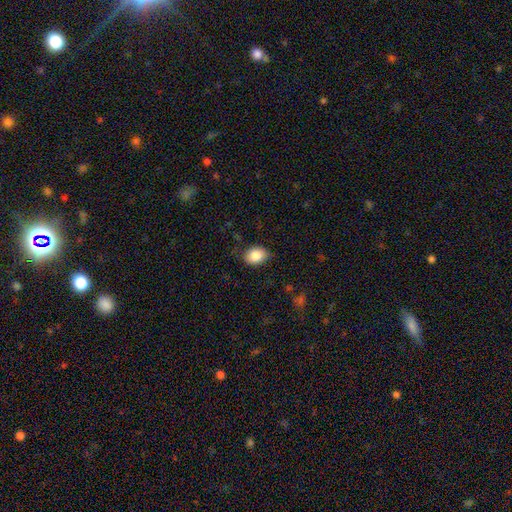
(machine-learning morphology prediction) Smooth or featured? Predicted: smooth (p=0.86). How rounded? Predicted: in between (p=0.72). Merging? Predicted: none (p=0.79).